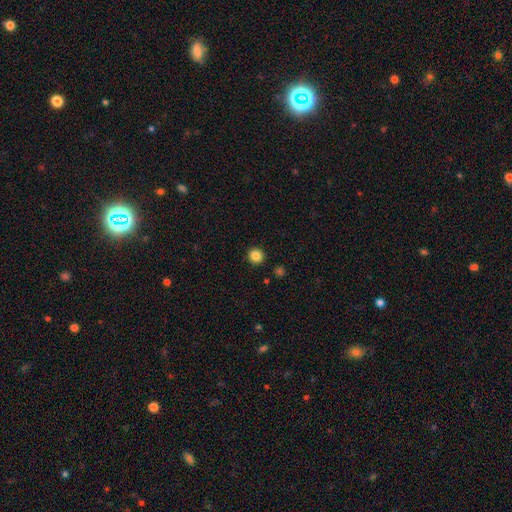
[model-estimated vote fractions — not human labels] Smooth or featured?
  - smooth: 85% *
  - star or artifact: 11%
  - featured or disk: 4%
How rounded?
  - round: 93% *
  - in between: 6%
  - cigar-shaped: 1%
Merging?
  - none: 92% *
  - minor disturbance: 5%
  - major disturbance: 2%
  - merger: 1%